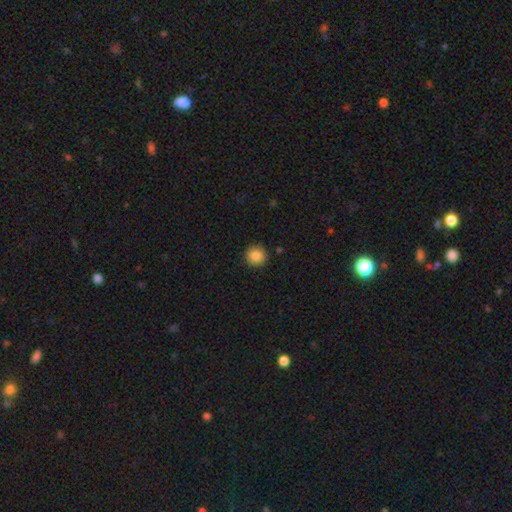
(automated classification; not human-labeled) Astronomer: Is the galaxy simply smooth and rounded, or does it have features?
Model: smooth — 86%.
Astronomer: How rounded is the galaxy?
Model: round — 94%.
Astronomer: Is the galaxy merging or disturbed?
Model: none — 92%.